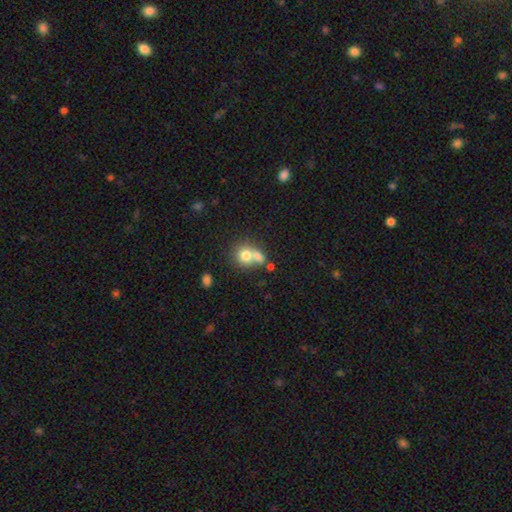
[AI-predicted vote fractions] A smooth galaxy with no disk features (71%) that is round (79%).

Vote fractions:
- Smooth or featured? smooth: 71% / featured or disk: 16% / star or artifact: 13%
- How rounded? round: 79% / in between: 20% / cigar-shaped: 1%
- Merging? merger: 54% / none: 36% / minor disturbance: 7% / major disturbance: 4%